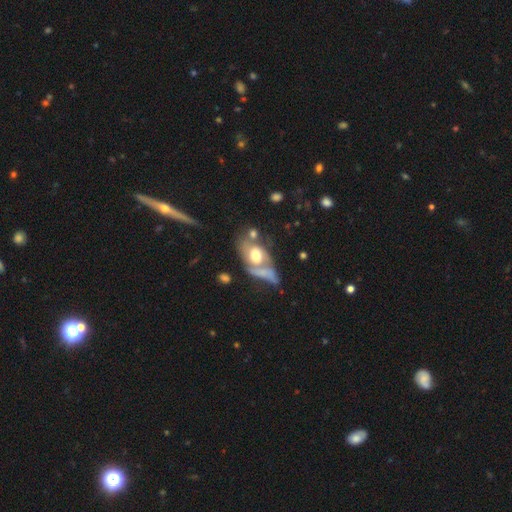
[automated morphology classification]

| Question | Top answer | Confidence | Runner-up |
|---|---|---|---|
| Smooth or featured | featured or disk | 49% | smooth (43%) |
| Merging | merger | 42% | none (23%) |